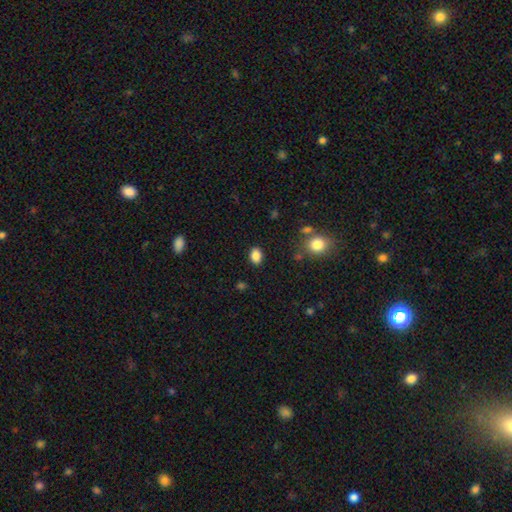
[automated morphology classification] Smooth or featured?
  - smooth: 87% *
  - star or artifact: 9%
  - featured or disk: 4%
How rounded?
  - in between: 75% *
  - round: 23%
  - cigar-shaped: 1%
Merging?
  - none: 86% *
  - minor disturbance: 9%
  - major disturbance: 3%
  - merger: 2%